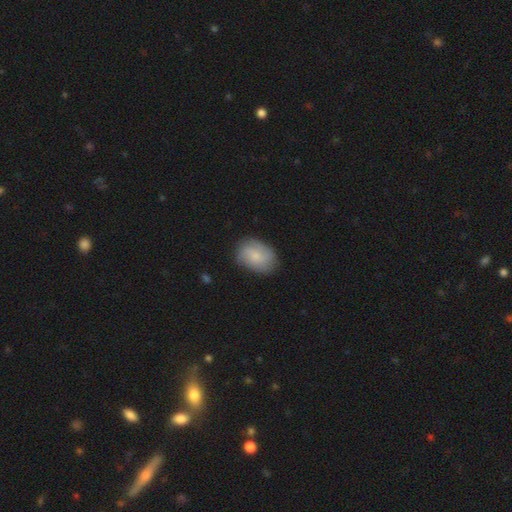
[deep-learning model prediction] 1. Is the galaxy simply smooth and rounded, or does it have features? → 66% smooth, 27% featured or disk, 7% star or artifact.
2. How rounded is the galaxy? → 76% in between, 23% round, 1% cigar-shaped.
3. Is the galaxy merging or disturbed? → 76% none, 18% minor disturbance, 4% major disturbance, 1% merger.